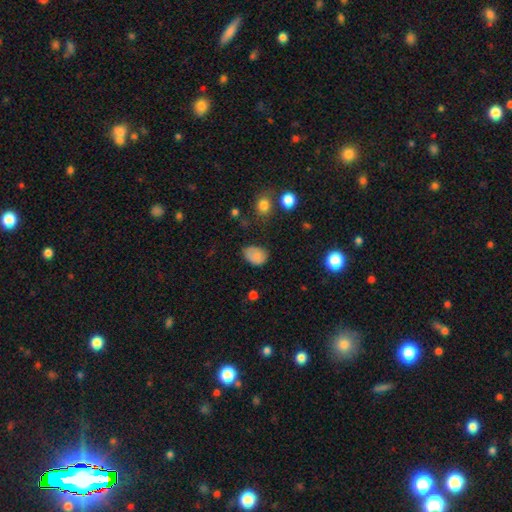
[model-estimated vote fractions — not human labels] Smooth or featured?
  - smooth: 80% *
  - star or artifact: 11%
  - featured or disk: 9%
How rounded?
  - in between: 75% *
  - round: 24%
  - cigar-shaped: 1%
Merging?
  - none: 60% *
  - minor disturbance: 29%
  - major disturbance: 8%
  - merger: 2%